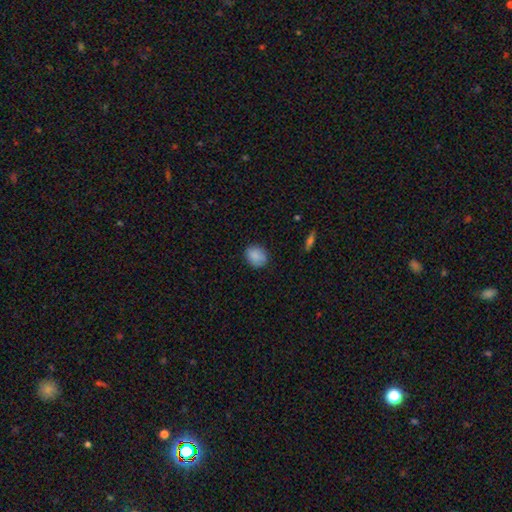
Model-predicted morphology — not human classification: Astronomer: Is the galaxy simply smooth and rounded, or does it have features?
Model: smooth — 88%.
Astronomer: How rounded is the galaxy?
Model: round — 59% (runner-up: in between, 40%).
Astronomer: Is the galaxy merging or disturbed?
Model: none — 83%.